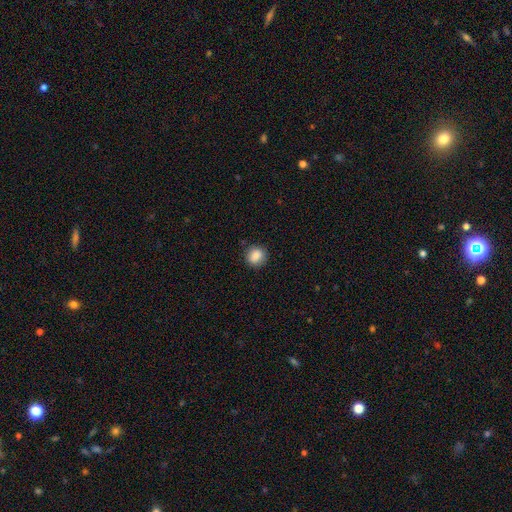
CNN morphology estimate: smooth_or_featured: smooth (p=0.86) [alt: star or artifact p=0.09]
how_rounded: round (p=0.82) [alt: in between p=0.17]
merging: none (p=0.85) [alt: minor disturbance p=0.11]